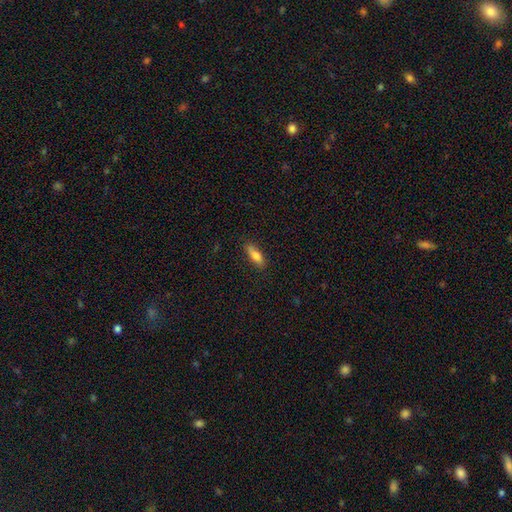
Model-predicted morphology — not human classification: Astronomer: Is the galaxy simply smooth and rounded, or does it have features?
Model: smooth — 79%.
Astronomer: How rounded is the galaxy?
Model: in between — 63%.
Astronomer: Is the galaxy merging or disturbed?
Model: none — 80%.